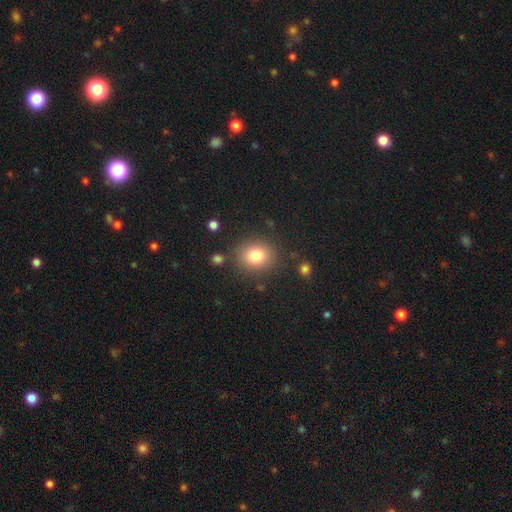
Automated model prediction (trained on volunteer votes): The model was most divided on "how rounded": round: 72%, in between: 27%, cigar-shaped: 1%. More confident: merging — none (84%); smooth or featured — smooth (81%).